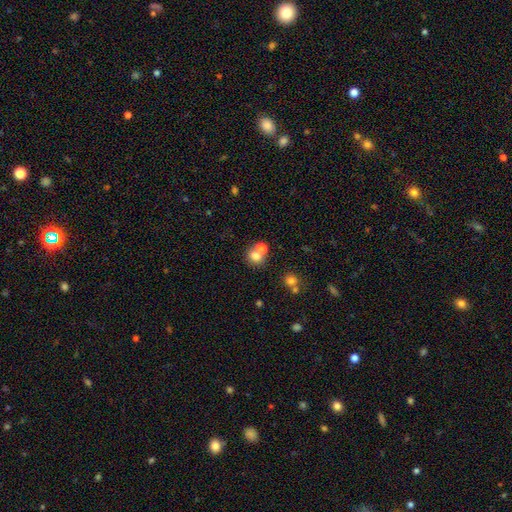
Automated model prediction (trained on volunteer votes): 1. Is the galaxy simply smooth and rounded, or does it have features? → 72% smooth, 14% star or artifact, 13% featured or disk.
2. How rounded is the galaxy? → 72% round, 27% in between, 1% cigar-shaped.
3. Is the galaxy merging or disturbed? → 46% none, 42% merger, 8% minor disturbance, 4% major disturbance.